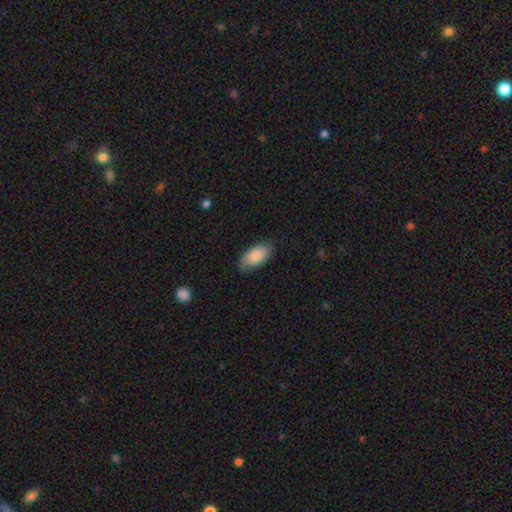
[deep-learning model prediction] The model was most divided on "merging": none: 75%, minor disturbance: 20%, major disturbance: 4%, merger: 1%. More confident: how rounded — in between (93%); smooth or featured — smooth (84%).